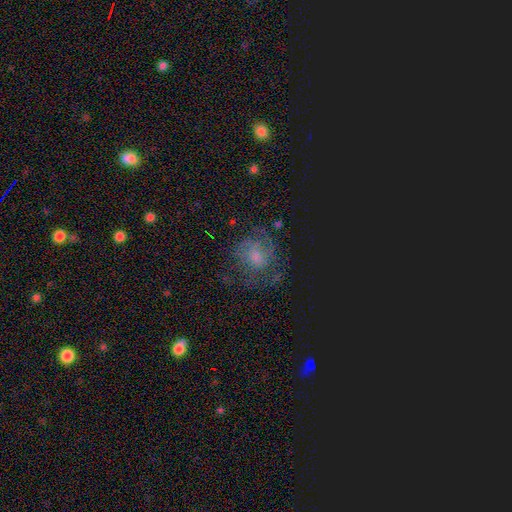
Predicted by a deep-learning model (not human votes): The model was most divided on "smooth or featured": featured or disk: 51%, smooth: 32%, star or artifact: 17%. More confident: edge-on disk — no (97%); merging — none (55%).